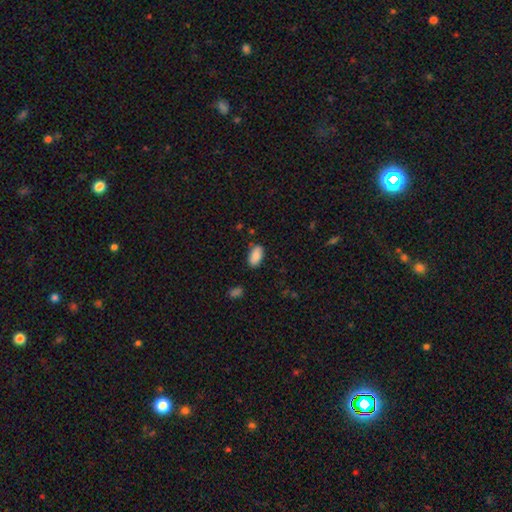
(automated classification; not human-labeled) Morphology: type=smooth (88%); roundness=in between (94%); merging=none (81%).